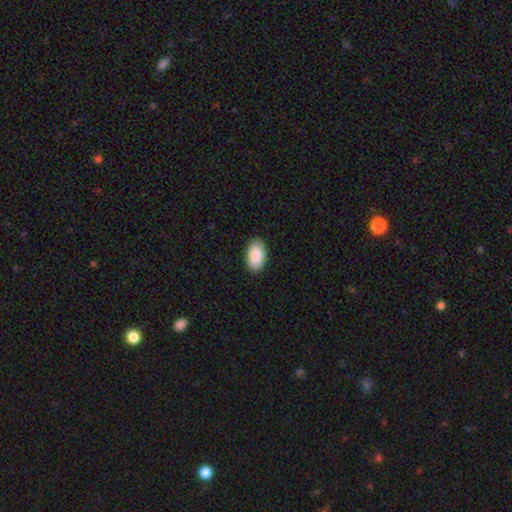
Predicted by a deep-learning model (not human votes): Q: Smooth or featured?
A: smooth (89%); runner-up: star or artifact (6%)
Q: How rounded?
A: in between (96%); runner-up: round (3%)
Q: Merging?
A: none (90%); runner-up: minor disturbance (7%)